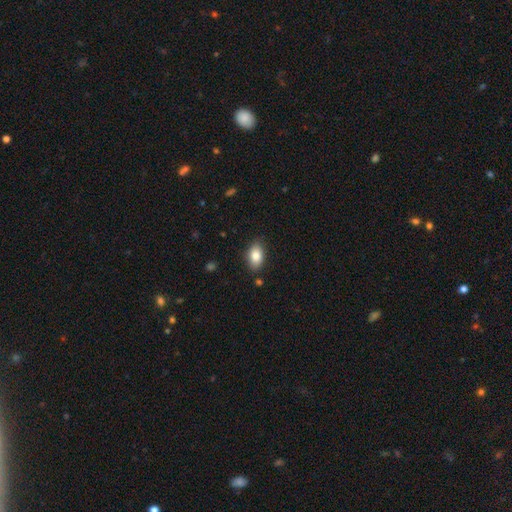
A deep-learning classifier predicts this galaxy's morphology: smooth_or_featured: smooth (p=0.84) [alt: featured or disk p=0.09]
how_rounded: in between (p=0.90) [alt: round p=0.08]
merging: none (p=0.84) [alt: minor disturbance p=0.12]